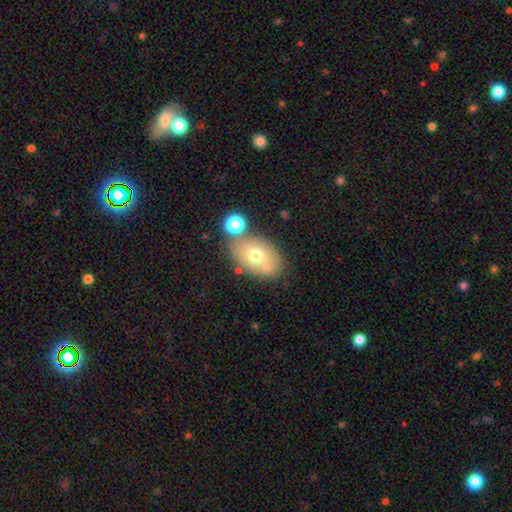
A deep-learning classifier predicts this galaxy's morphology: The model was most divided on "smooth or featured": smooth: 66%, featured or disk: 25%, star or artifact: 10%. More confident: how rounded — in between (85%); merging — none (63%).